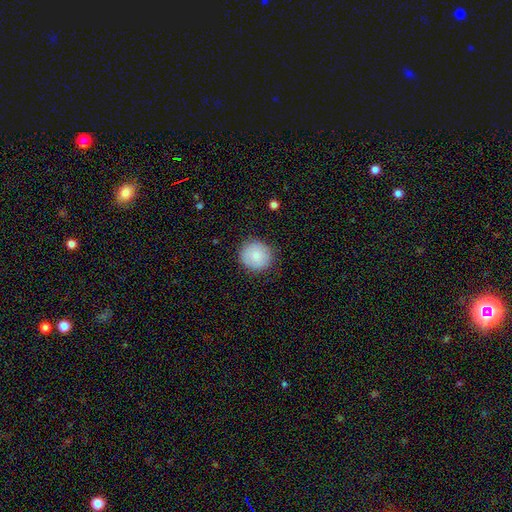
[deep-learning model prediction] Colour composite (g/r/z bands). It shows a smooth galaxy with no disk features (84%) that is round (91%). Merging: none (85%).